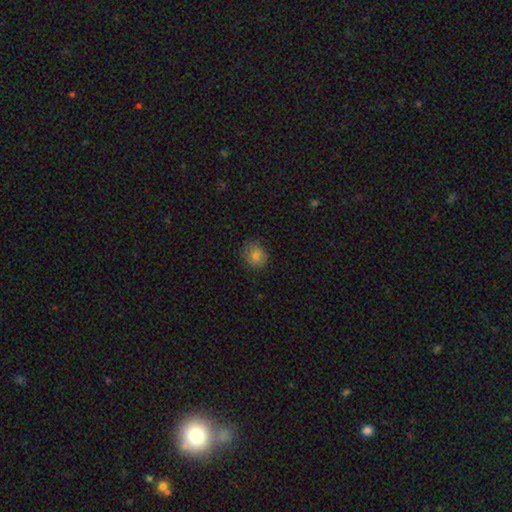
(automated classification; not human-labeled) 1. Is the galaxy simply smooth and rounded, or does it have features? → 82% smooth, 11% star or artifact, 8% featured or disk.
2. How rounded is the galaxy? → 79% round, 20% in between, 1% cigar-shaped.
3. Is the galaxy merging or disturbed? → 83% none, 13% minor disturbance, 3% major disturbance, 1% merger.